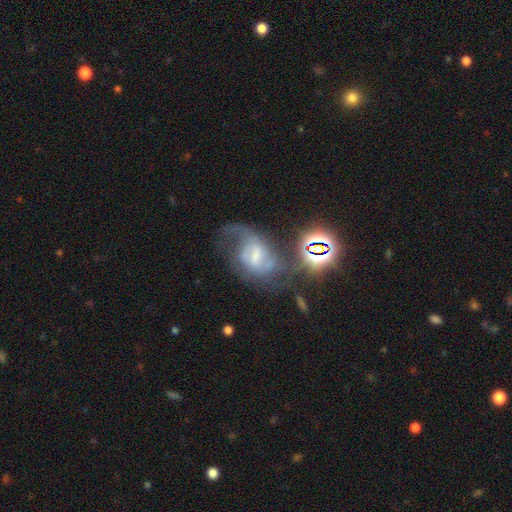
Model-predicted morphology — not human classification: Smooth or featured? Predicted: featured or disk (p=0.64). Edge-on disk? Predicted: no (p=0.97). Bar? Predicted: weak (p=0.49). Spiral arms? Predicted: yes (p=0.81). Bulge size? Predicted: moderate (p=0.33). Merging? Predicted: major disturbance (p=0.39).